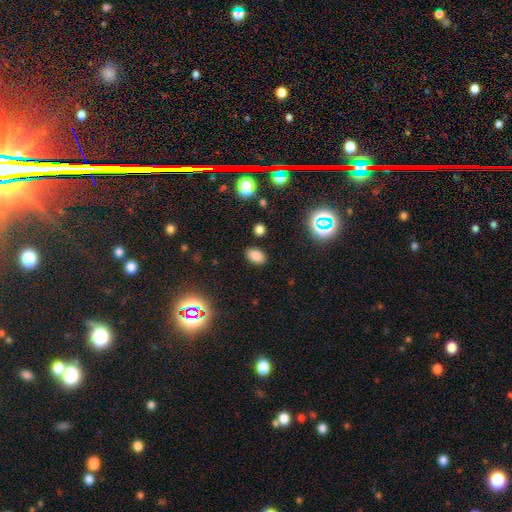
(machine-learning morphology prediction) Q: Smooth or featured?
A: smooth (79%); runner-up: star or artifact (15%)
Q: How rounded?
A: in between (85%); runner-up: round (14%)
Q: Merging?
A: none (86%); runner-up: minor disturbance (9%)